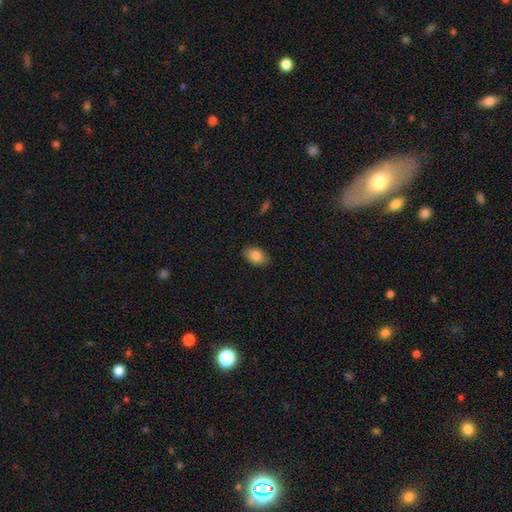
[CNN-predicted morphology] This is clearly a smooth galaxy (86%). How rounded: clearly in between (89%). Merging: clearly none (84%).